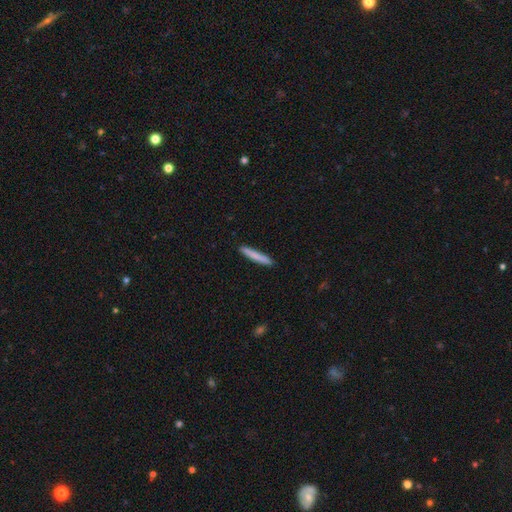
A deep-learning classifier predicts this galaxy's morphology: smooth-or-featured: smooth: 81% | featured or disk: 14% | star or artifact: 6%
  how-rounded: cigar-shaped: 95% | in between: 3% | round: 1%
  merging: none: 91% | minor disturbance: 6% | major disturbance: 1% | merger: 1%